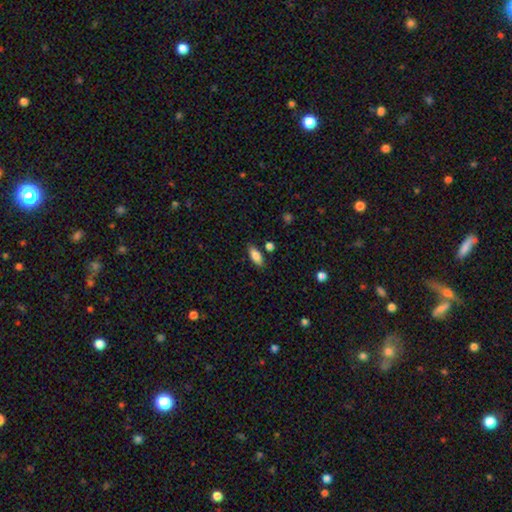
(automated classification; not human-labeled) This appears to be a smooth galaxy with no disk features (84%) that is in between round and cigar-shaped (83%). Merging: none (83%).